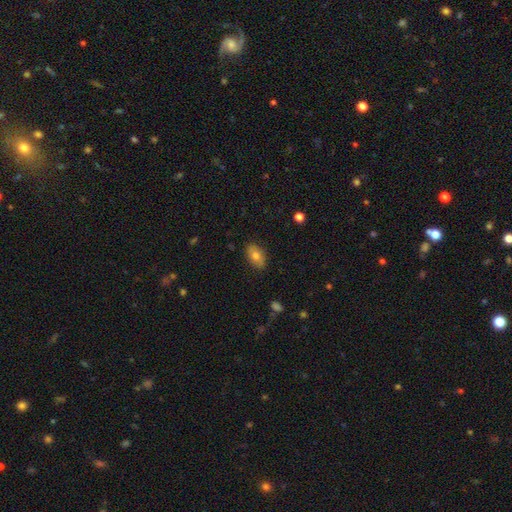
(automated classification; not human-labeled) This appears to be a smooth galaxy with no disk features (73%) that is in between round and cigar-shaped (89%). Merging: none (86%).